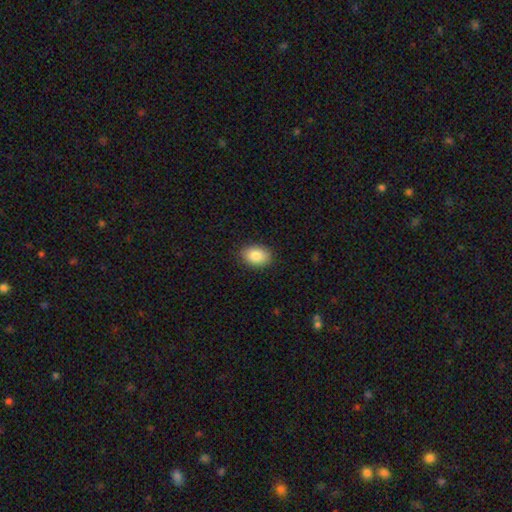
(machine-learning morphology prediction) This is clearly a smooth galaxy (86%). How rounded: clearly in between (83%). Merging: clearly none (87%).